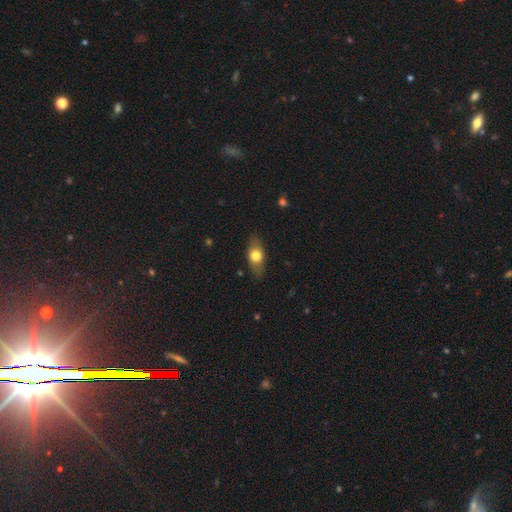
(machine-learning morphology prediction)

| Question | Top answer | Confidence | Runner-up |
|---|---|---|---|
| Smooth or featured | smooth | 64% | featured or disk (29%) |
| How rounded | in between | 77% | cigar-shaped (14%) |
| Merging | none | 82% | minor disturbance (13%) |